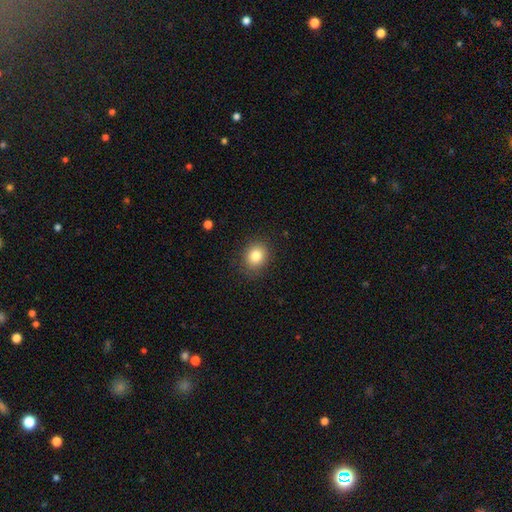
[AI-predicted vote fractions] Q: Smooth or featured?
A: smooth (82%); runner-up: star or artifact (10%)
Q: How rounded?
A: round (69%); runner-up: in between (31%)
Q: Merging?
A: none (86%); runner-up: minor disturbance (10%)